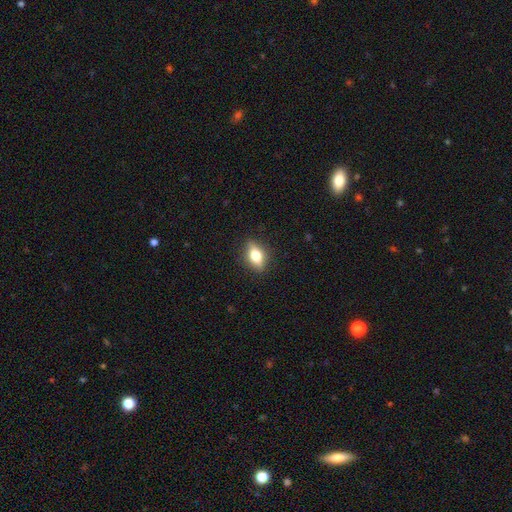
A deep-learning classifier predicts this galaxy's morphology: Overall: smooth (58%; featured or disk 34%). How rounded: in between (72%). Merging: none (86%).